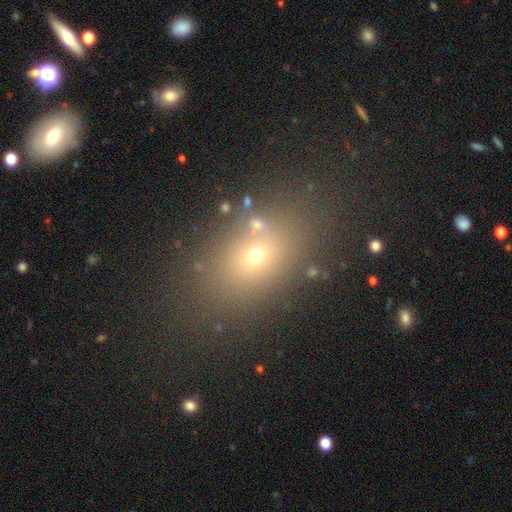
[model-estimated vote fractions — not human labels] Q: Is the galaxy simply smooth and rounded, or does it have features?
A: smooth — 60%.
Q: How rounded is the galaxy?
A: in between — 67%.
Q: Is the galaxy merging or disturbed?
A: none — 77%.